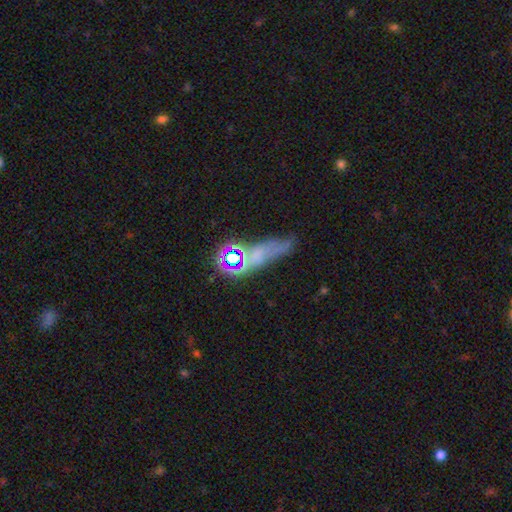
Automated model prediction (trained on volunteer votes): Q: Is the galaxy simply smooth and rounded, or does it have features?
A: smooth — 38%.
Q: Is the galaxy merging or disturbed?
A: none — 51%.